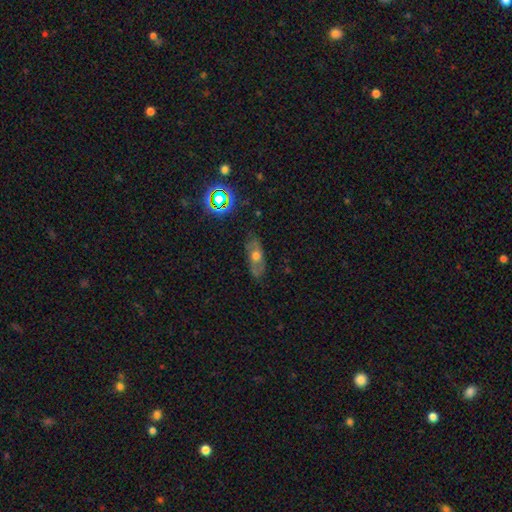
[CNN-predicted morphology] Smooth or featured?
  - featured or disk: 48% *
  - smooth: 36%
  - star or artifact: 16%
Merging?
  - none: 79% *
  - minor disturbance: 15%
  - major disturbance: 4%
  - merger: 2%